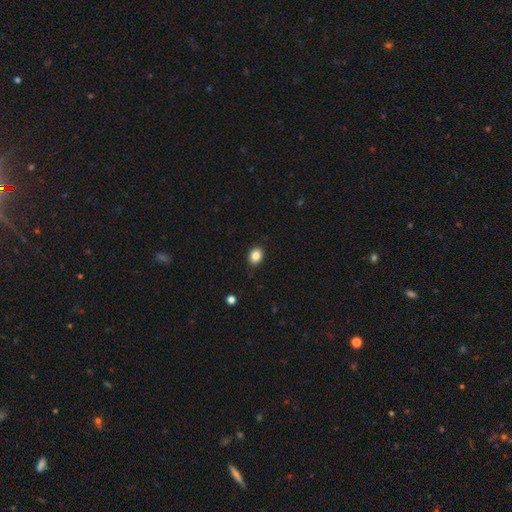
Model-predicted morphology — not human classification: type=smooth (85%); roundness=round (52%); merging=none (87%).